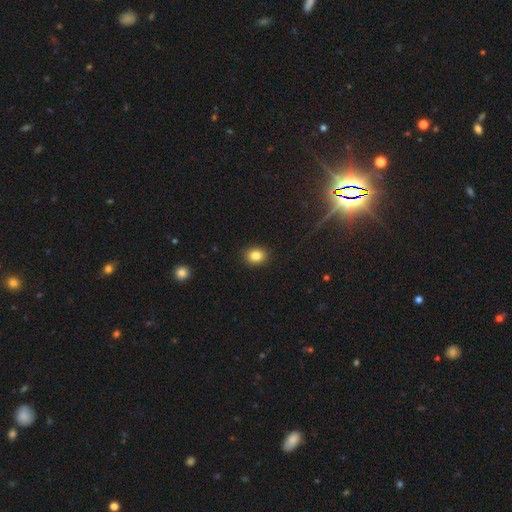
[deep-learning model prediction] Smooth or featured? Predicted: smooth (p=0.85). How rounded? Predicted: round (p=0.54). Merging? Predicted: none (p=0.91).